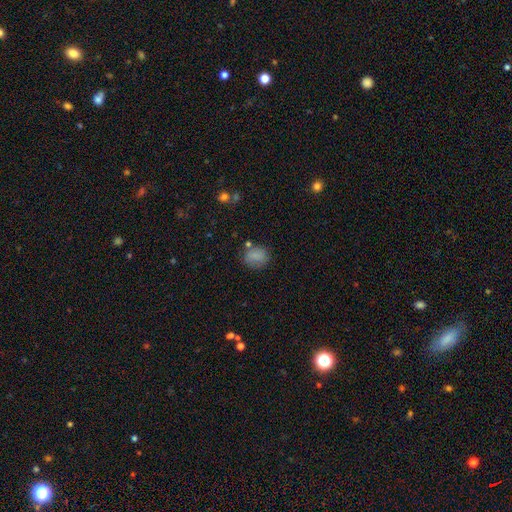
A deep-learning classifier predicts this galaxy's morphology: smooth_or_featured: smooth (p=0.82) [alt: star or artifact p=0.10]
how_rounded: round (p=0.52) [alt: in between p=0.47]
merging: none (p=0.73) [alt: minor disturbance p=0.17]